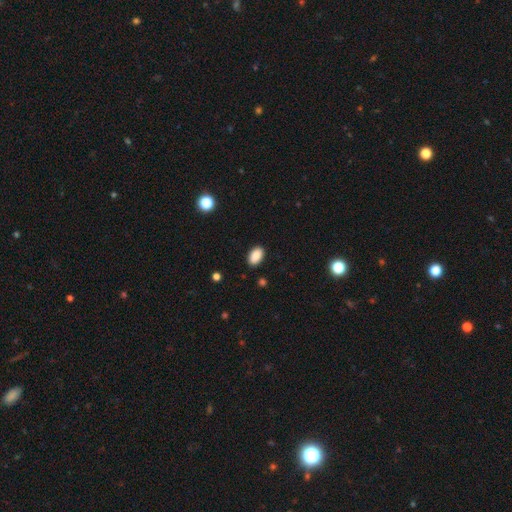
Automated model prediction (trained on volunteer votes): smooth-or-featured: smooth: 88% | star or artifact: 8% | featured or disk: 4%
  how-rounded: in between: 92% | round: 6% | cigar-shaped: 1%
  merging: none: 88% | minor disturbance: 9% | major disturbance: 2% | merger: 1%